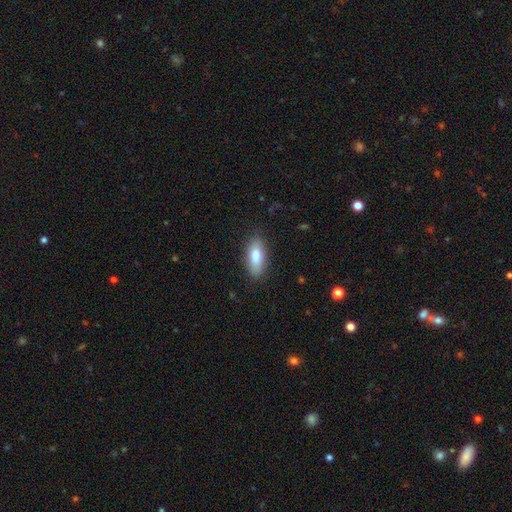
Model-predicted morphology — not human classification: A smooth galaxy with no disk features (80%) that is in between round and cigar-shaped (81%).

Vote fractions:
- Smooth or featured? smooth: 80% / featured or disk: 14% / star or artifact: 6%
- How rounded? in between: 81% / cigar-shaped: 17% / round: 3%
- Merging? none: 84% / minor disturbance: 12% / major disturbance: 3% / merger: 1%